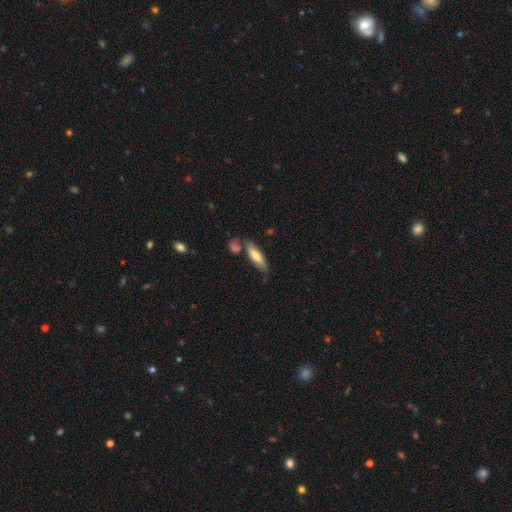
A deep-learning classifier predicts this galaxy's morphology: Smooth or featured: smooth — 62% (featured or disk — 32%)
How rounded: cigar-shaped — 57% (in between — 41%)
Merging: none — 66% (minor disturbance — 18%)